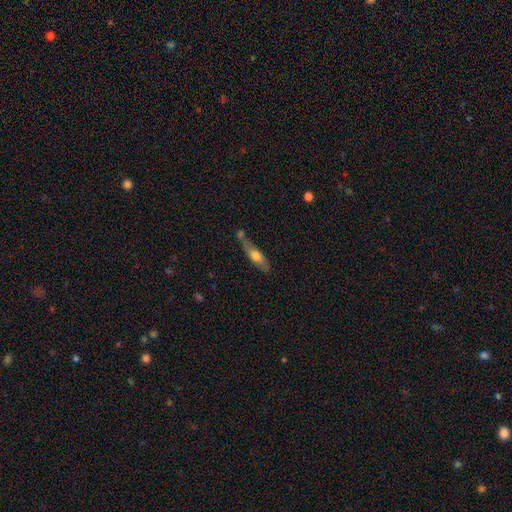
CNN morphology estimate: Smooth or featured: smooth — 58% (featured or disk — 35%)
How rounded: cigar-shaped — 57% (in between — 41%)
Merging: none — 52% (minor disturbance — 21%)